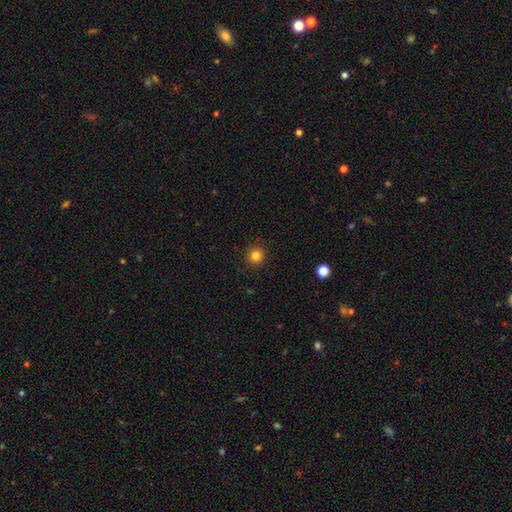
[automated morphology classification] Smooth or featured: smooth — 82% (star or artifact — 13%)
How rounded: round — 94% (in between — 5%)
Merging: none — 91% (minor disturbance — 6%)